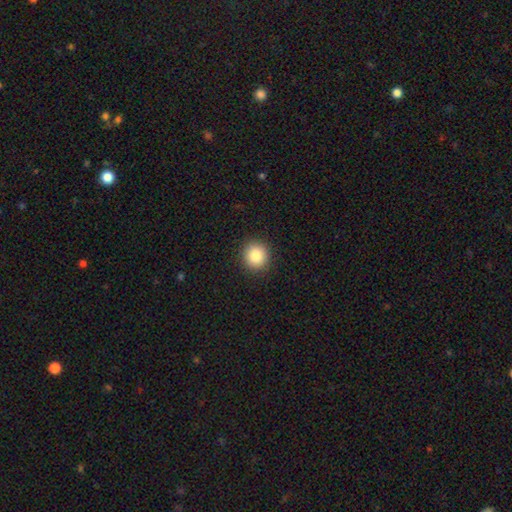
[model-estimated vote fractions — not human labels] smooth-or-featured: smooth: 85% | star or artifact: 10% | featured or disk: 6%
  how-rounded: round: 90% | in between: 9% | cigar-shaped: 1%
  merging: none: 92% | minor disturbance: 6% | major disturbance: 2% | merger: 1%